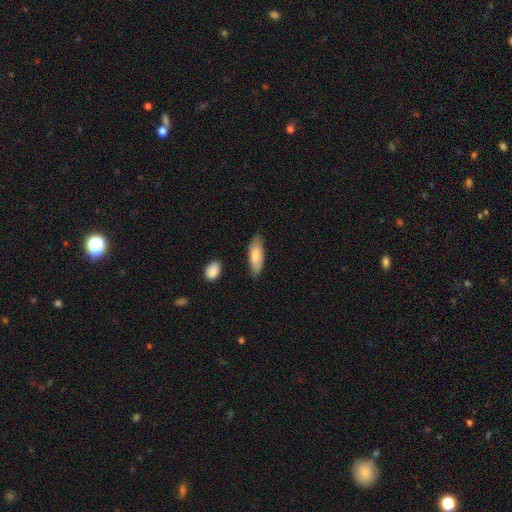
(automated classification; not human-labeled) Smooth or featured? Predicted: smooth (p=0.78). How rounded? Predicted: in between (p=0.67). Merging? Predicted: none (p=0.77).